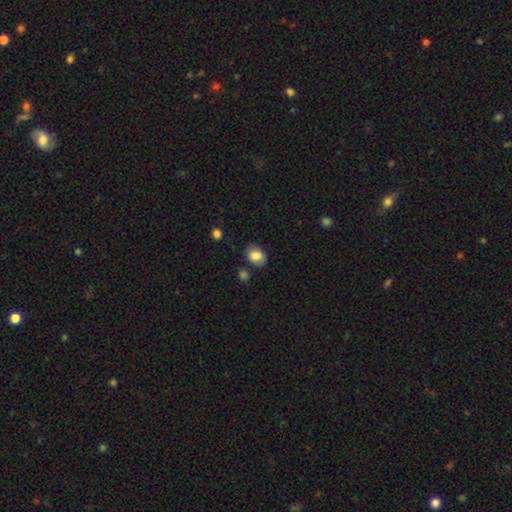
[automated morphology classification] smooth-or-featured: smooth: 82% | featured or disk: 10% | star or artifact: 8%
  how-rounded: in between: 71% | round: 28% | cigar-shaped: 1%
  merging: none: 79% | minor disturbance: 14% | merger: 4% | major disturbance: 3%